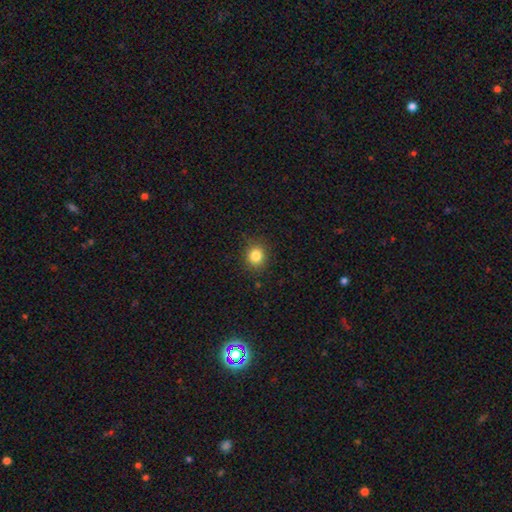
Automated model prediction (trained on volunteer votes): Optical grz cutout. It shows a smooth galaxy with no disk features (83%) that is round (82%). Merging: none (88%).